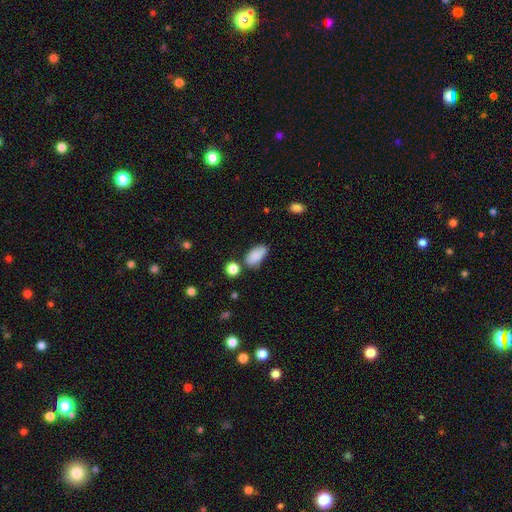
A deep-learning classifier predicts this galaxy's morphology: A smooth galaxy with no disk features (86%) that is in between round and cigar-shaped (92%).

Vote fractions:
- Smooth or featured? smooth: 86% / star or artifact: 8% / featured or disk: 6%
- How rounded? in between: 92% / round: 4% / cigar-shaped: 4%
- Merging? none: 63% / minor disturbance: 22% / merger: 9% / major disturbance: 5%